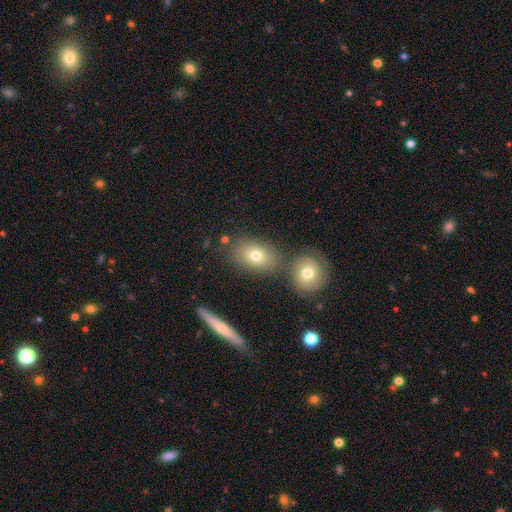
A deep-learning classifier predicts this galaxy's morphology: smooth 74%, featured or disk 15%, star or artifact 11%. Down the decision tree: how rounded — in between (74%); merging — none (66%).